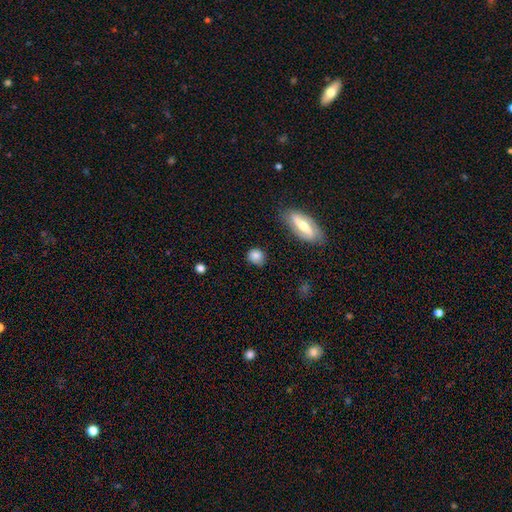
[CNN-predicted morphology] smooth 77%, featured or disk 15%, star or artifact 8%. Down the decision tree: how rounded — round (70%); merging — none (72%).